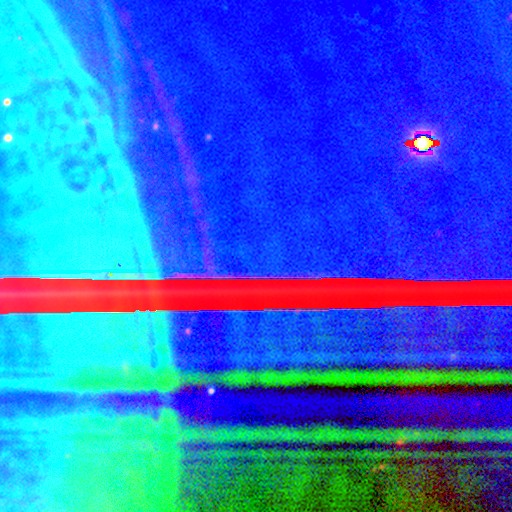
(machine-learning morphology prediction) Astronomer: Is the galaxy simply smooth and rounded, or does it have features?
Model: star or artifact — 86%.